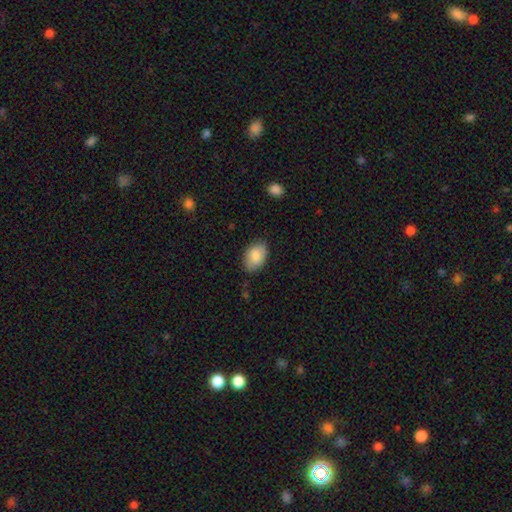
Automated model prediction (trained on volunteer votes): A smooth galaxy with no disk features (85%) that is in between round and cigar-shaped (88%). Merging: none (78%).